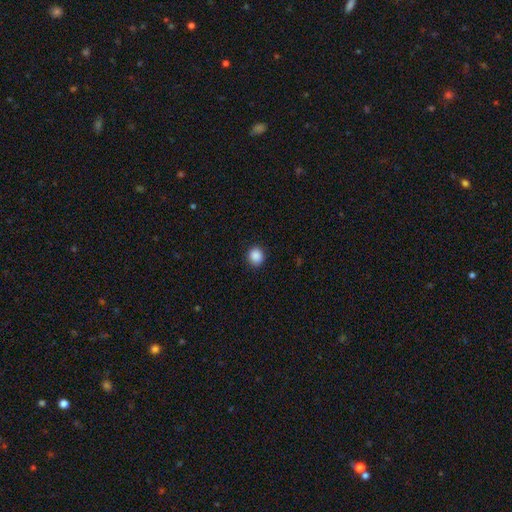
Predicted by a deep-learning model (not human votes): smooth-or-featured: smooth: 89% | star or artifact: 9% | featured or disk: 2%
  how-rounded: round: 82% | in between: 17% | cigar-shaped: 1%
  merging: none: 91% | minor disturbance: 6% | major disturbance: 2% | merger: 1%